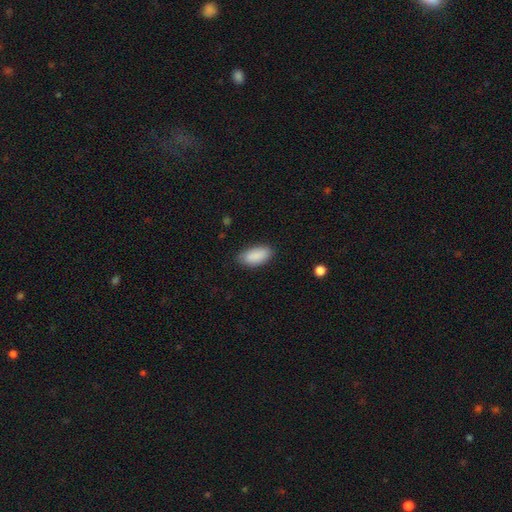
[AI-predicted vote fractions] This is clearly a smooth galaxy (90%). How rounded: clearly in between (91%). Merging: clearly none (83%).